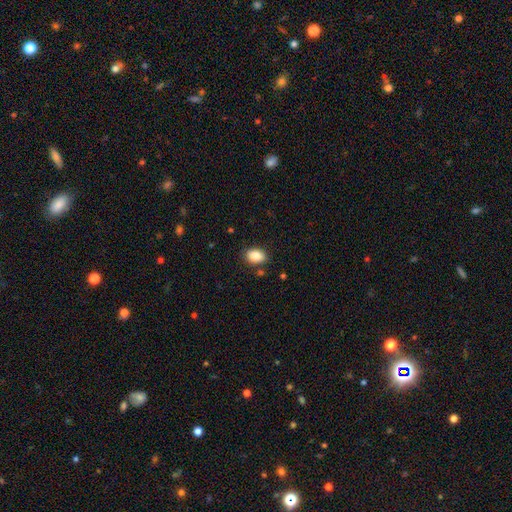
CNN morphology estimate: smooth_or_featured: smooth (p=0.86) [alt: star or artifact p=0.08]
how_rounded: in between (p=0.79) [alt: round p=0.20]
merging: none (p=0.84) [alt: minor disturbance p=0.10]